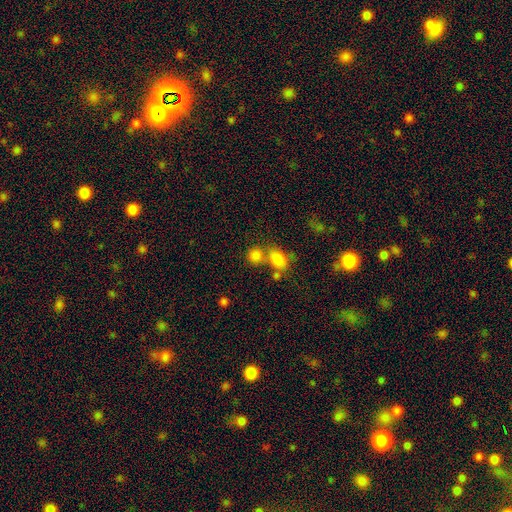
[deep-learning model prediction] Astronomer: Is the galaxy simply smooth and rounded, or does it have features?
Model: smooth — 79%.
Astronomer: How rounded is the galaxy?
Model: round — 73%.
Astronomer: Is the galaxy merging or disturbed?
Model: none — 49% (runner-up: merger, 39%).